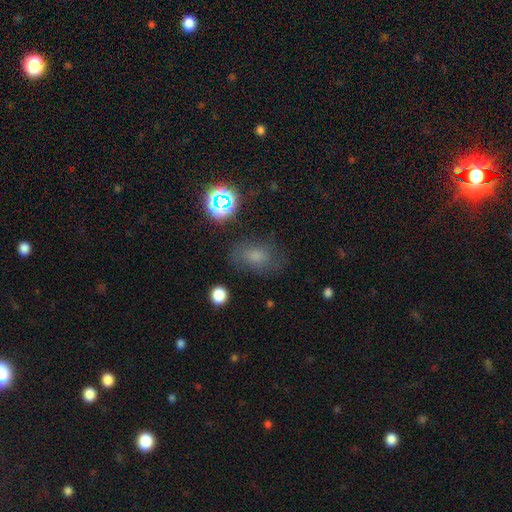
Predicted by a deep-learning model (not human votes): smooth 66%, star or artifact 20%, featured or disk 14%. Down the decision tree: how rounded — in between (75%); merging — none (69%).